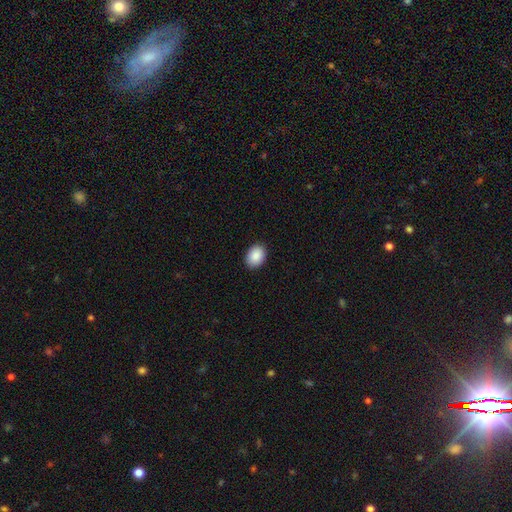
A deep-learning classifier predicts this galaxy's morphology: A smooth galaxy with no disk features (90%) that is in between round and cigar-shaped (72%). Merging: none (90%).